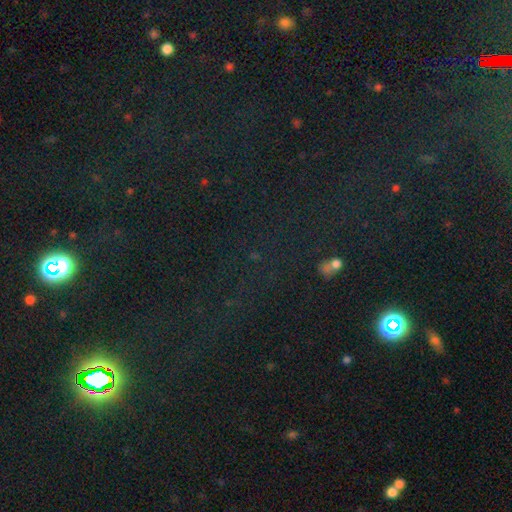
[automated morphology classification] This is likely a star or artifact rather than a galaxy (74%).